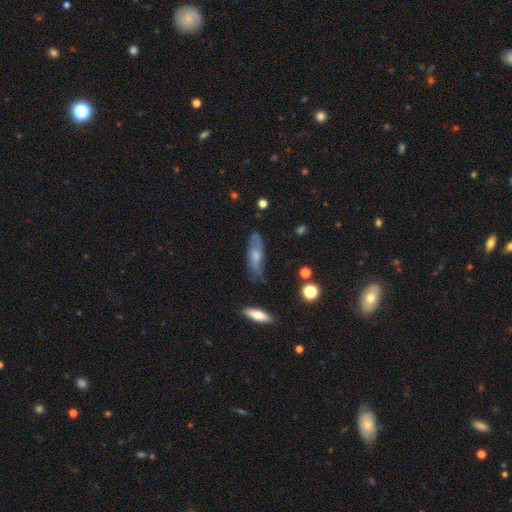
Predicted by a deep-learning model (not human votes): Smooth or featured: featured or disk — 49% (smooth — 43%)
Merging: none — 66% (minor disturbance — 24%)